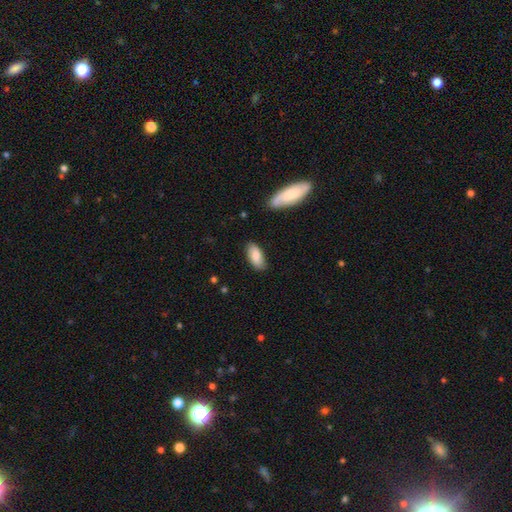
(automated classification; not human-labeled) A smooth galaxy with no disk features (84%) that is in between round and cigar-shaped (89%).

Vote fractions:
- Smooth or featured? smooth: 84% / featured or disk: 10% / star or artifact: 6%
- How rounded? in between: 89% / cigar-shaped: 9% / round: 2%
- Merging? none: 83% / minor disturbance: 13% / major disturbance: 2% / merger: 2%